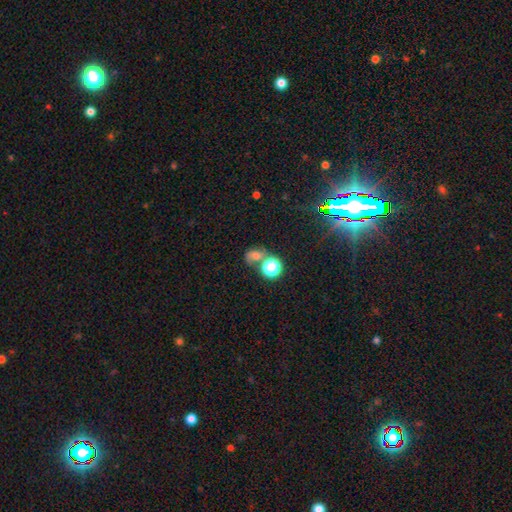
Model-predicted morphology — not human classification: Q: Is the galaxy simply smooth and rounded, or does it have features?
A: smooth — 57%.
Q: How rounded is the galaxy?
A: round — 55%.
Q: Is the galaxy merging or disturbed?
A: none — 41%.